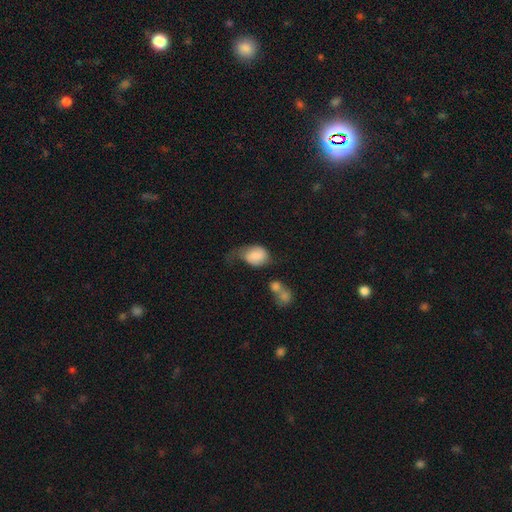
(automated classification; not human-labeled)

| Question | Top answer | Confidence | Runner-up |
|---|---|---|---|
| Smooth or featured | smooth | 68% | featured or disk (24%) |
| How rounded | in between | 66% | round (33%) |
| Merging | minor disturbance | 32% | major disturbance (31%) |